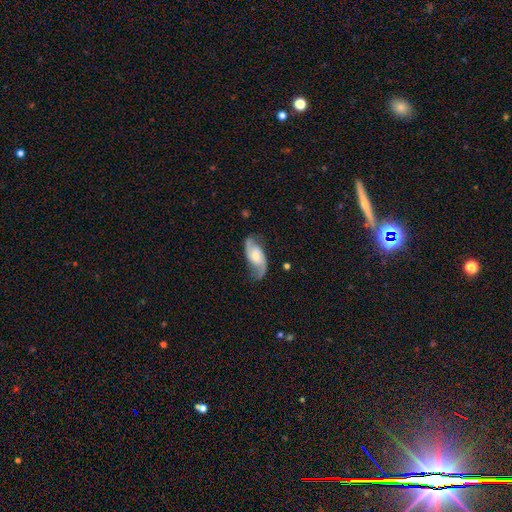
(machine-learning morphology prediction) smooth-or-featured: featured or disk: 81% | smooth: 13% | star or artifact: 5%
  disk-edge-on: no: 95% | yes: 5%
    bar: no: 52% | weak: 37% | strong: 11%
    has-spiral-arms: yes: 96% | no: 4%
      spiral-winding: loose: 47% | medium: 41% | tight: 12%
      spiral-arm-count: 2: 91% | can't tell: 3% | 1: 2% | 3: 1% | 4: 1% | more than 4: 1%
    bulge-size: moderate: 52% | small: 35% | large: 8% | none: 4% | dominant: 1%
  merging: none: 75% | minor disturbance: 16% | major disturbance: 7% | merger: 1%